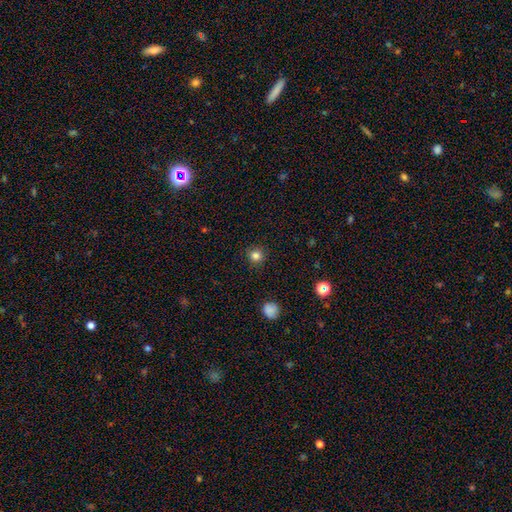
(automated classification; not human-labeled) smooth 82%, star or artifact 13%, featured or disk 5%. Down the decision tree: how rounded — round (93%); merging — none (90%).